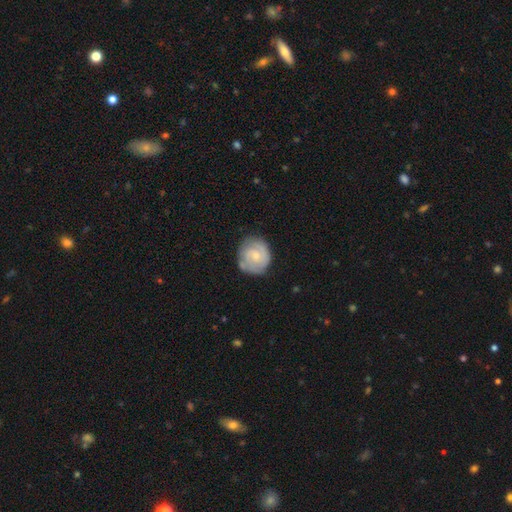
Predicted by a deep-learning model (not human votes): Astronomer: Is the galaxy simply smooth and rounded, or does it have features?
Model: featured or disk — 57% (runner-up: smooth, 37%).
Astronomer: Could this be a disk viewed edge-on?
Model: no — 98%.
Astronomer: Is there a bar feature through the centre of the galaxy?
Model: no — 67%.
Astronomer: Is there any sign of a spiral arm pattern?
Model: yes — 82%.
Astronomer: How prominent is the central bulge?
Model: small — 58% (runner-up: moderate, 34%).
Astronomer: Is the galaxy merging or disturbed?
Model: none — 71%.